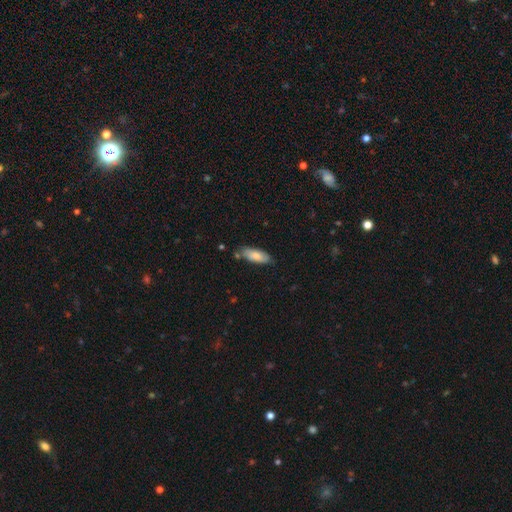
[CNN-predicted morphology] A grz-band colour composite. It shows a smooth galaxy with no disk features (80%) that is in between round and cigar-shaped (71%). Merging: none (74%).